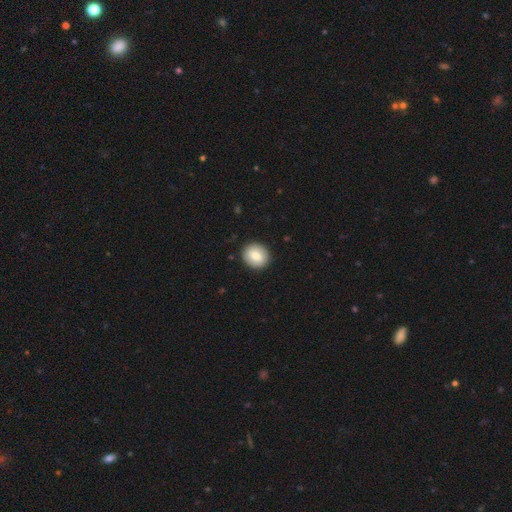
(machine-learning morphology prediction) Smooth or featured: smooth — 80% (featured or disk — 13%)
How rounded: round — 83% (in between — 16%)
Merging: none — 91% (minor disturbance — 6%)